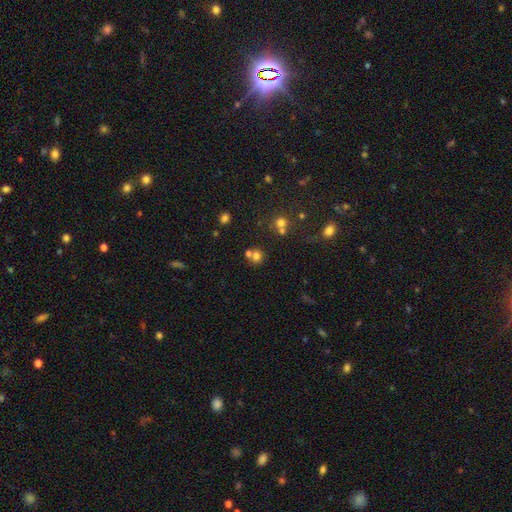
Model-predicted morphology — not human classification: Smooth or featured? smooth (68%)
How rounded? round (82%)
Merging? none (55%)